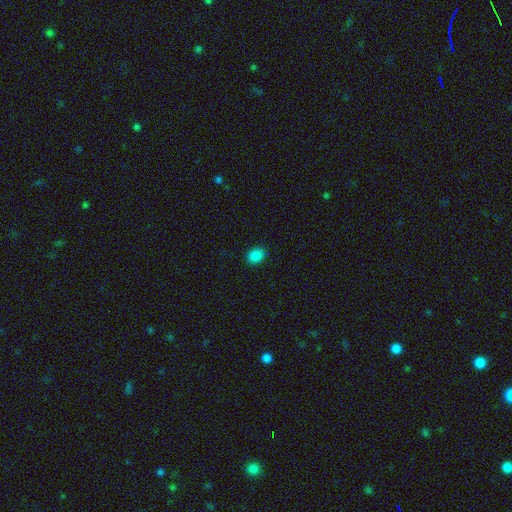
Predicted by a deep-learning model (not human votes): This appears to be a smooth galaxy with no disk features (86%) that is in between round and cigar-shaped (66%). Merging: none (89%).